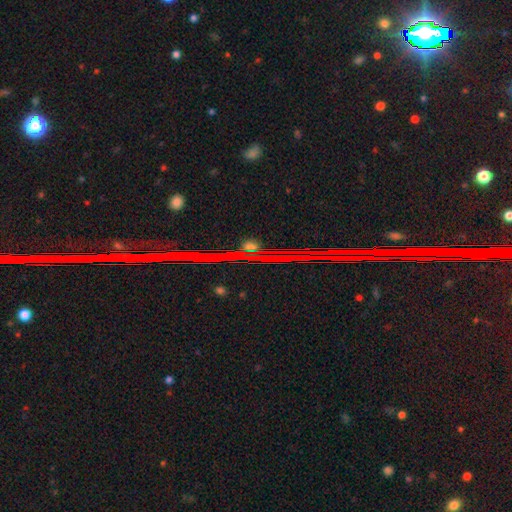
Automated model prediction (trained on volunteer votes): Smooth or featured? Predicted: star or artifact (p=0.83).